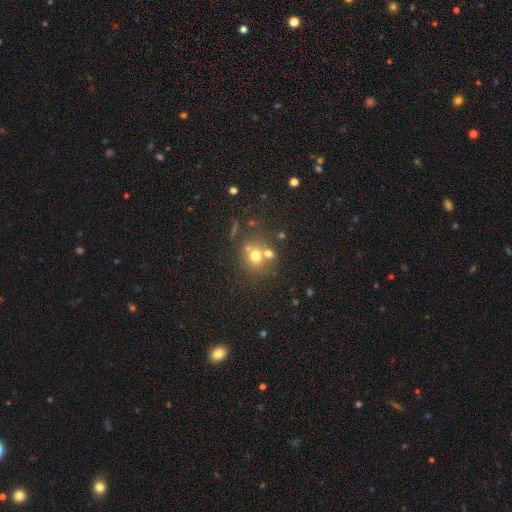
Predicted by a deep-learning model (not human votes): A smooth galaxy with no disk features (67%) that is round (78%). Merging: none (52%).